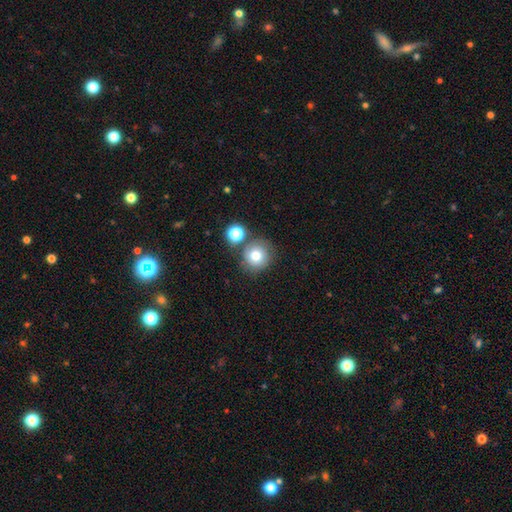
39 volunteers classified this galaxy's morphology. Smooth or featured?
  - smooth: 67% *
  - featured or disk: 21%
  - star or artifact: 13%
How rounded?
  - round: 92% *
  - in between: 8%
  - cigar-shaped: 0%
Merging?
  - none: 74% *
  - minor disturbance: 12%
  - merger: 9%
  - major disturbance: 6%